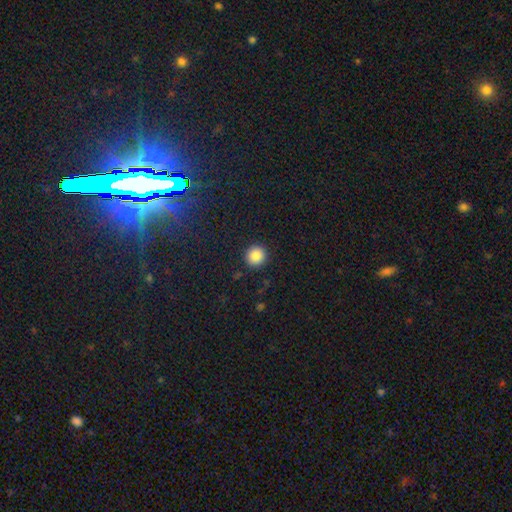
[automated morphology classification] This appears to be a smooth galaxy with no disk features (88%) that is round (93%). Merging: none (92%).